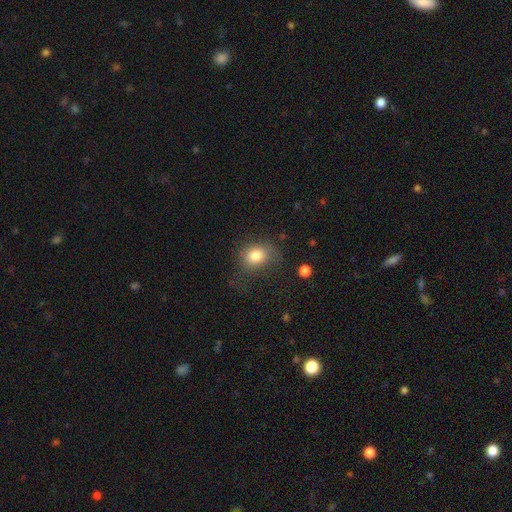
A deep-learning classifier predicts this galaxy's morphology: Overall: smooth (80%). How rounded: round (52%; in between 47%). Merging: none (54%; minor disturbance 24%).